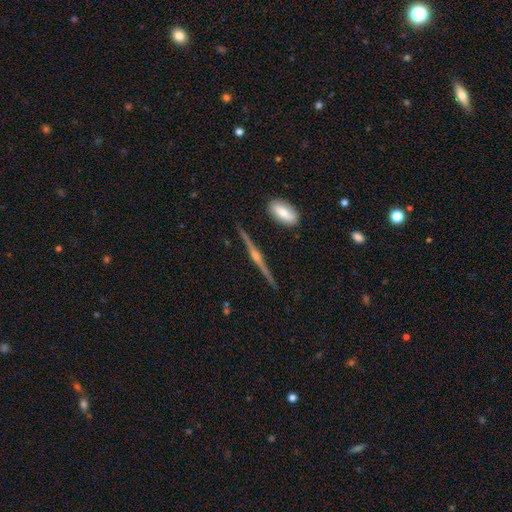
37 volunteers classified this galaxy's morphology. Volunteers were most divided on "edge-on bulge": rounded: 83%, boxy: 10%, none: 7%. More confident: edge-on disk — yes (94%); merging — none (88%); smooth or featured — featured or disk (84%).